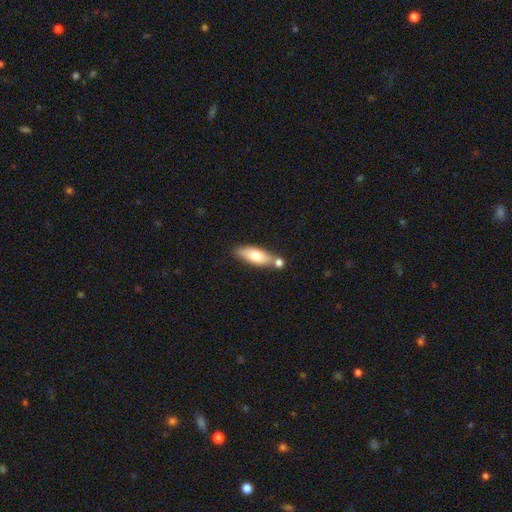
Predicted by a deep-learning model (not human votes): This is likely a smooth galaxy (71%). How rounded: likely in between (65%). Merging: likely none (61%).